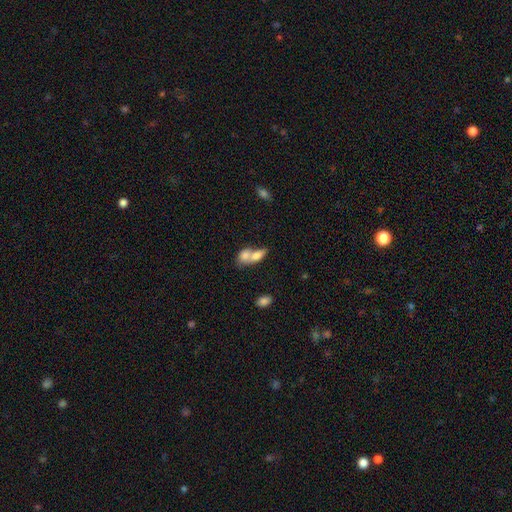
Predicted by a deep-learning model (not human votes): smooth_or_featured: smooth (p=0.75) [alt: featured or disk p=0.18]
how_rounded: in between (p=0.80) [alt: round p=0.11]
merging: merger (p=0.71) [alt: none p=0.18]